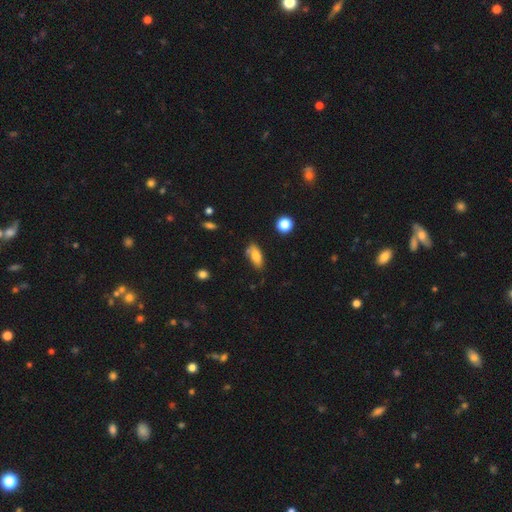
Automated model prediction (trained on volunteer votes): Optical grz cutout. It shows a smooth galaxy with no disk features (77%) that is in between round and cigar-shaped (82%). Merging: none (66%).